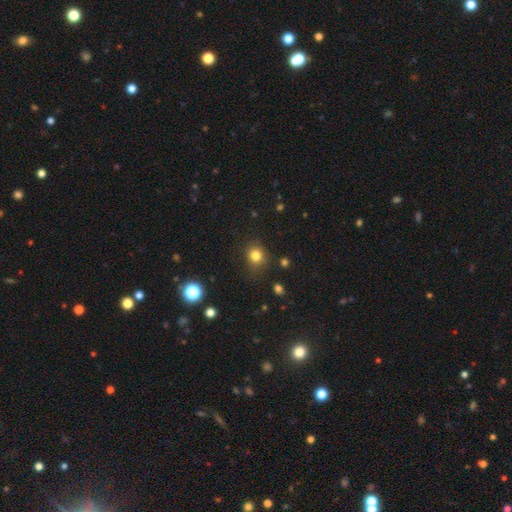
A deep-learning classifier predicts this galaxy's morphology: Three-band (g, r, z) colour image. It shows a smooth galaxy with no disk features (80%) that is round (82%). Merging: none (81%).